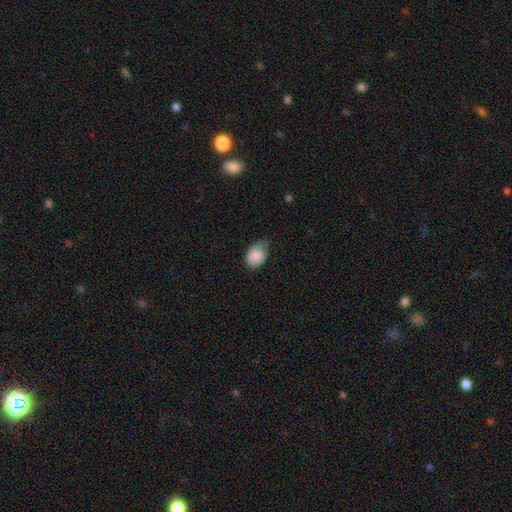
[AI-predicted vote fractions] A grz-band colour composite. It shows a smooth galaxy with no disk features (81%) that is in between round and cigar-shaped (79%). Merging: none (43%).